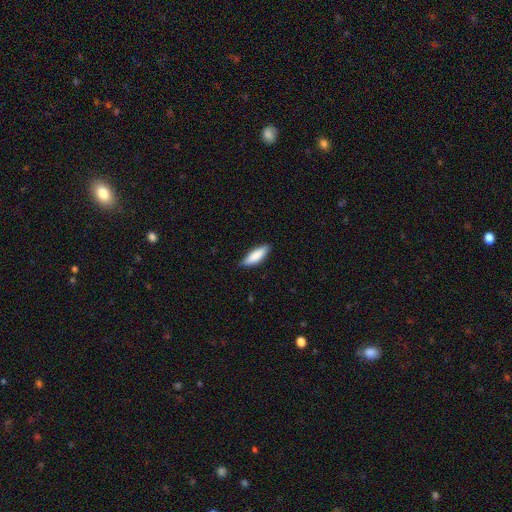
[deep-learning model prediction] A smooth galaxy with no disk features (85%) that is in between round and cigar-shaped (54%).

Vote fractions:
- Smooth or featured? smooth: 85% / featured or disk: 10% / star or artifact: 5%
- How rounded? in between: 54% / cigar-shaped: 44% / round: 2%
- Merging? none: 84% / minor disturbance: 13% / major disturbance: 2% / merger: 1%